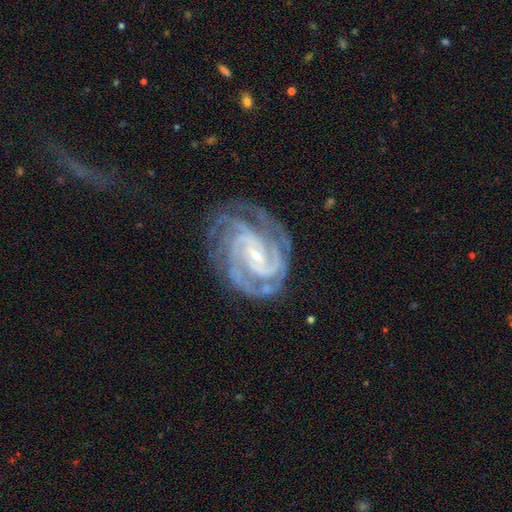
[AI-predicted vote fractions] The model was most divided on "spiral arm count": 3: 32%, 4: 25%, 2: 17%, can't tell: 12%, more than 4: 7%, 1: 7%. Remaining: spiral arms — yes (99%); edge-on disk — no (98%); smooth or featured — featured or disk (93%); bulge size — small (82%); merging — none (71%); spiral winding — tight (68%); bar — weak (42%).